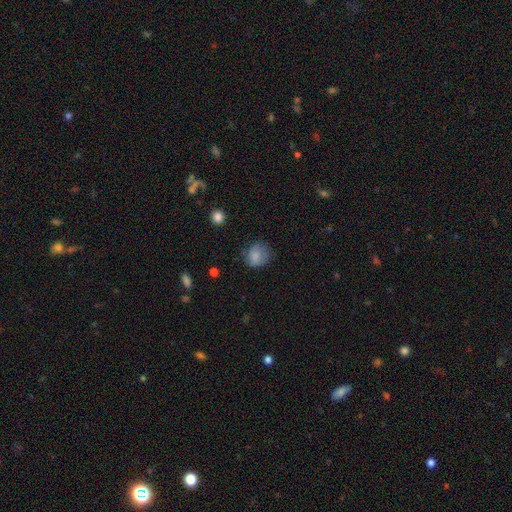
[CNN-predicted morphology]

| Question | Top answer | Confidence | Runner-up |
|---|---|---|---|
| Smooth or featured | smooth | 80% | featured or disk (11%) |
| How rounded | round | 75% | in between (24%) |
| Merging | none | 64% | minor disturbance (26%) |